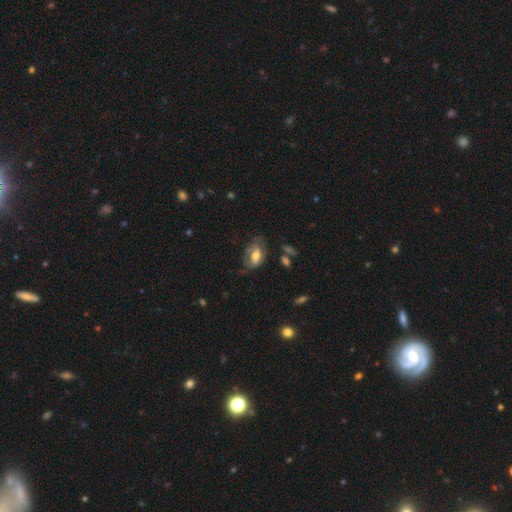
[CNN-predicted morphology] smooth-or-featured: featured or disk: 47% | smooth: 46% | star or artifact: 7%
  merging: none: 50% | minor disturbance: 29% | major disturbance: 18% | merger: 3%